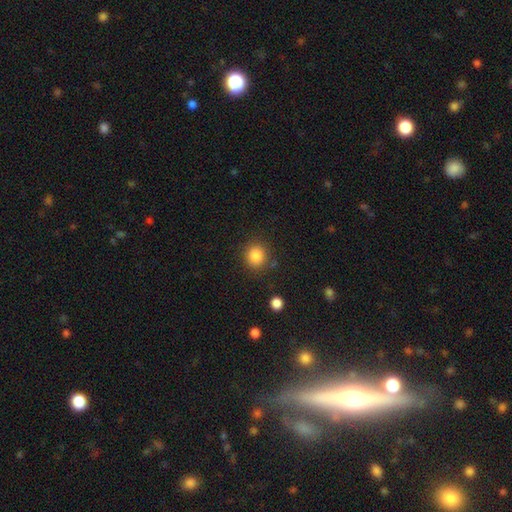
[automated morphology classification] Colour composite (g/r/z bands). It shows a smooth galaxy with no disk features (85%) that is round (86%). Merging: none (86%).